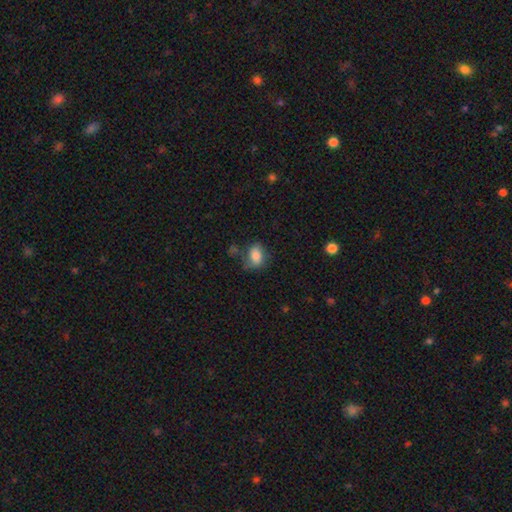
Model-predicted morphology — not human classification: Overall: smooth (78%). How rounded: in between (80%). Merging: none (50%; minor disturbance 28%).